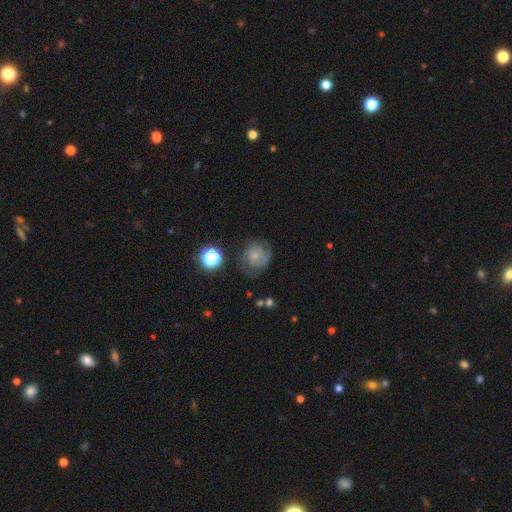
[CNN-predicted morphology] This appears to be a smooth galaxy with no disk features (54%) that is round (82%). Merging: none (59%).